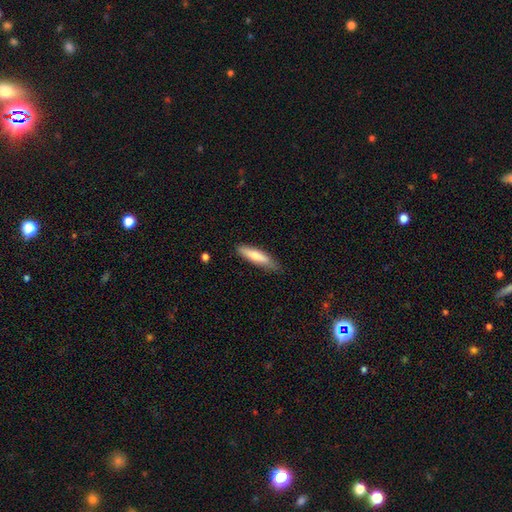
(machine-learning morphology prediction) This is likely a smooth galaxy (72%). How rounded: likely cigar-shaped (79%). Merging: likely none (79%).